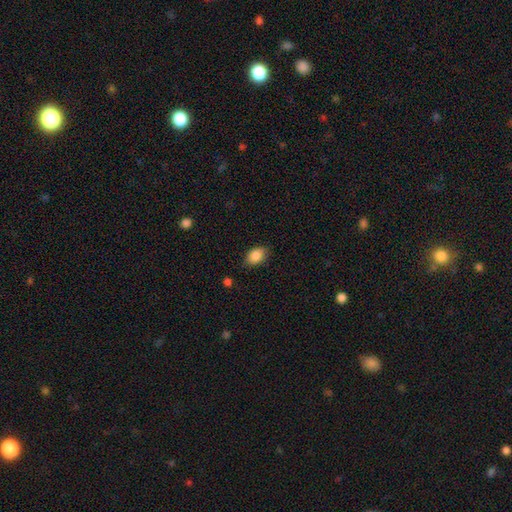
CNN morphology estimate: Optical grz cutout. It shows a smooth galaxy with no disk features (86%) that is in between round and cigar-shaped (81%). Merging: none (80%).